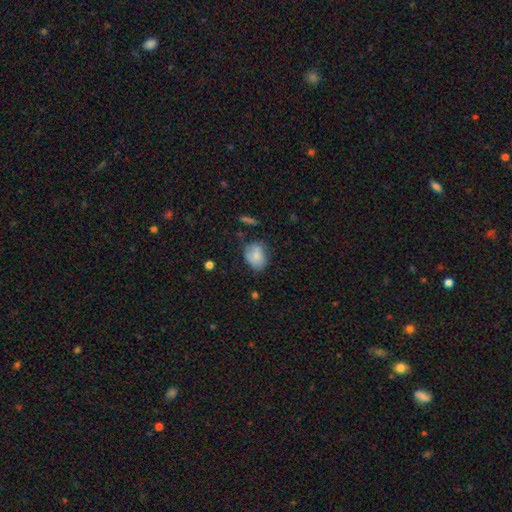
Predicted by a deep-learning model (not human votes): Morphology: type=smooth (76%); roundness=in between (60%); merging=none (58%).